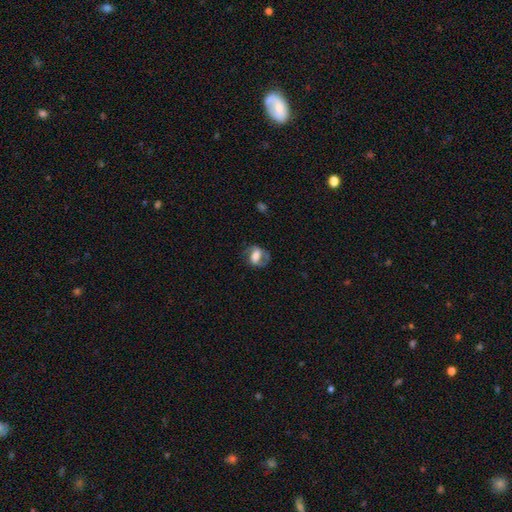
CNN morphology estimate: The model was most divided on "bar": weak: 37%, no: 33%, strong: 30%. Remaining: edge-on disk — no (94%); spiral arms — yes (75%); merging — none (61%); smooth or featured — featured or disk (55%); bulge size — large (41%).